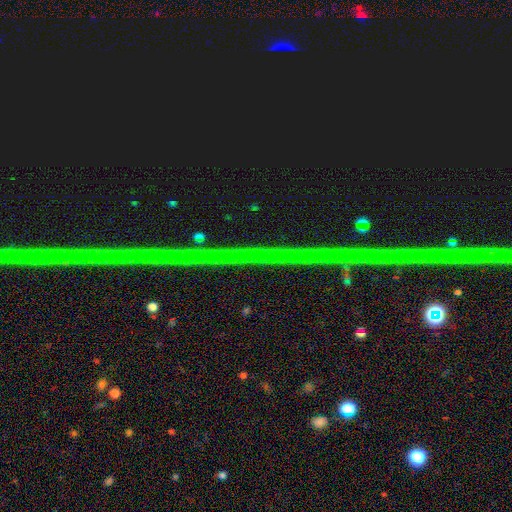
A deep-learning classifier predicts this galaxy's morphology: smooth-or-featured: star or artifact: 90% | featured or disk: 6% | smooth: 4%